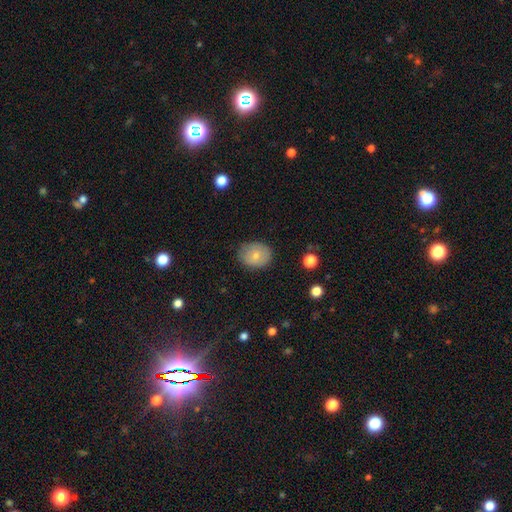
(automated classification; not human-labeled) This is likely a smooth galaxy (71%). How rounded: possibly round (52%). Merging: clearly none (81%).